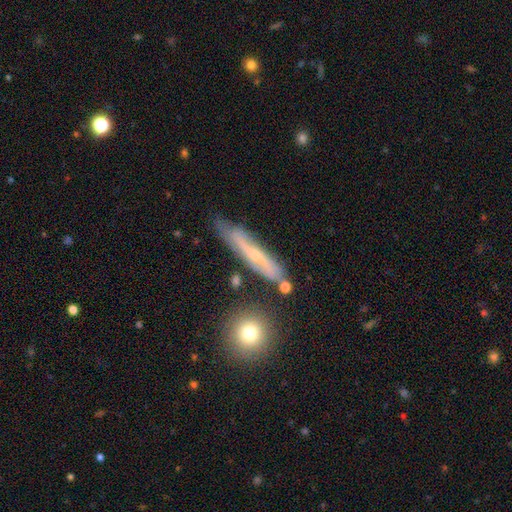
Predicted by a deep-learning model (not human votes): smooth_or_featured: featured or disk (p=0.62) [alt: smooth p=0.30]
disk_edge_on: yes (p=0.53) [alt: no p=0.47]
merging: none (p=0.66) [alt: minor disturbance p=0.23]